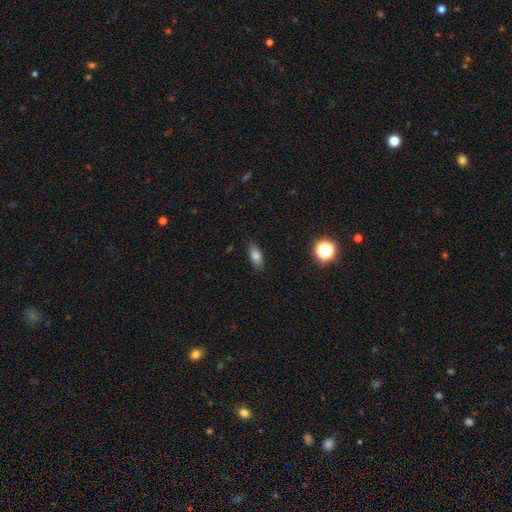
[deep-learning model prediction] This appears to be a smooth galaxy with no disk features (79%) that is in between round and cigar-shaped (82%). Merging: none (85%).